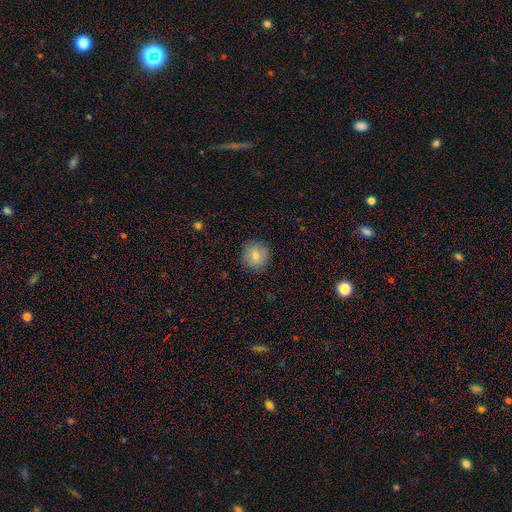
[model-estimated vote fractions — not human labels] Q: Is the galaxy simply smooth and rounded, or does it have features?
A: smooth — 76%.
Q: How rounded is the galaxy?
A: round — 91%.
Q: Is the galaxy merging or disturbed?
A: none — 88%.